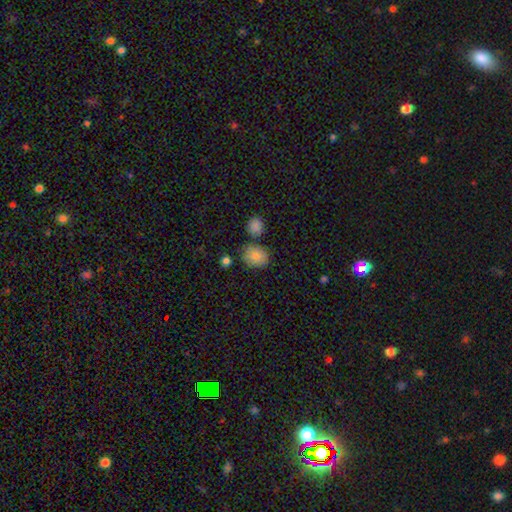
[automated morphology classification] A smooth galaxy with no disk features (83%) that is round (54%).

Vote fractions:
- Smooth or featured? smooth: 83% / star or artifact: 9% / featured or disk: 8%
- How rounded? round: 54% / in between: 45% / cigar-shaped: 1%
- Merging? none: 71% / minor disturbance: 14% / merger: 12% / major disturbance: 4%